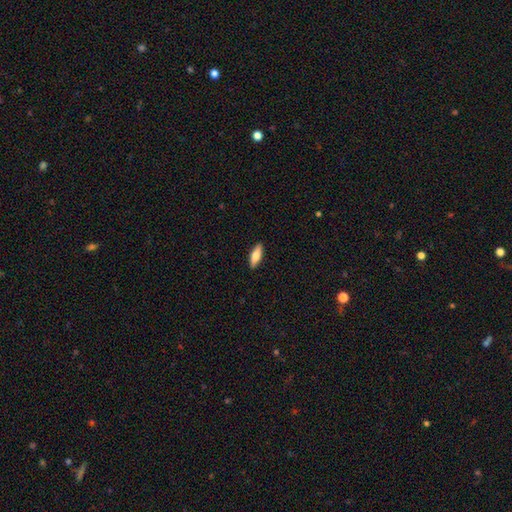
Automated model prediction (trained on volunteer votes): Smooth or featured?
  - smooth: 69% *
  - featured or disk: 25%
  - star or artifact: 6%
How rounded?
  - in between: 57% *
  - cigar-shaped: 40%
  - round: 2%
Merging?
  - none: 90% *
  - minor disturbance: 7%
  - major disturbance: 2%
  - merger: 1%